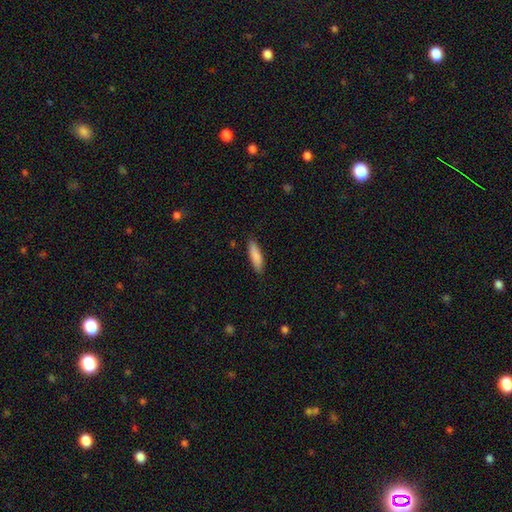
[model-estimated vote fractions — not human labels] A smooth galaxy with no disk features (86%) that is cigar-shaped (64%).

Vote fractions:
- Smooth or featured? smooth: 86% / featured or disk: 8% / star or artifact: 6%
- How rounded? cigar-shaped: 64% / in between: 34% / round: 1%
- Merging? none: 86% / minor disturbance: 11% / major disturbance: 2% / merger: 1%